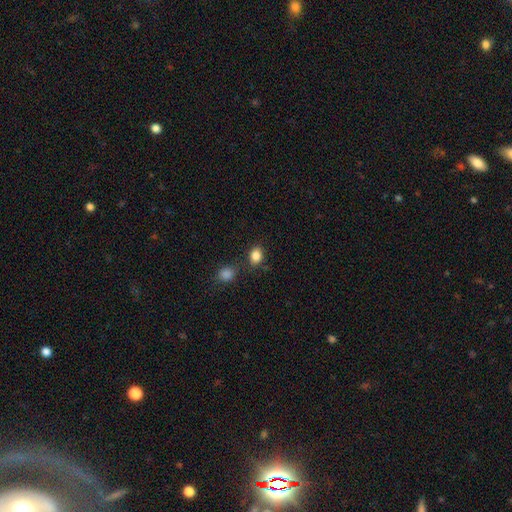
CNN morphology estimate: Q: Smooth or featured?
A: smooth (85%); runner-up: star or artifact (10%)
Q: How rounded?
A: in between (56%); runner-up: round (43%)
Q: Merging?
A: none (74%); runner-up: minor disturbance (13%)